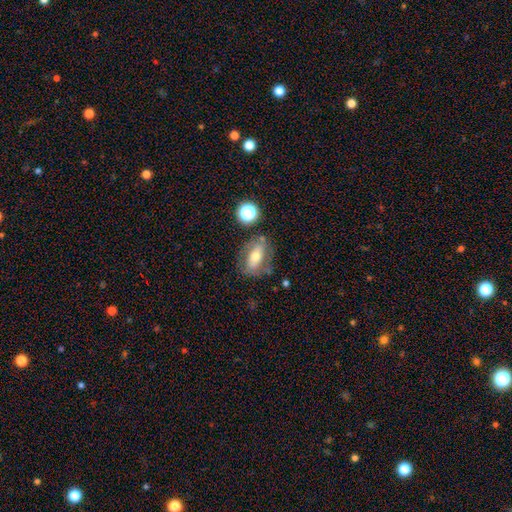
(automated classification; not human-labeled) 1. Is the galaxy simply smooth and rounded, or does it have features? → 47% featured or disk, 42% smooth, 10% star or artifact.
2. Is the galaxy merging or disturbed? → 64% none, 19% minor disturbance, 10% major disturbance, 7% merger.